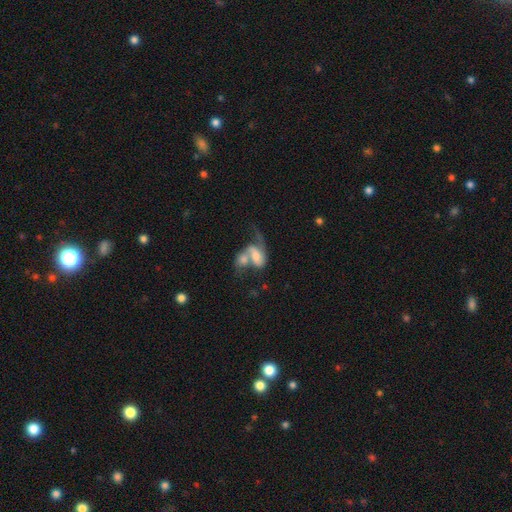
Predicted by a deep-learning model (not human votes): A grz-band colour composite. It shows a featured or disk galaxy (50%). Merging: merger (72%).